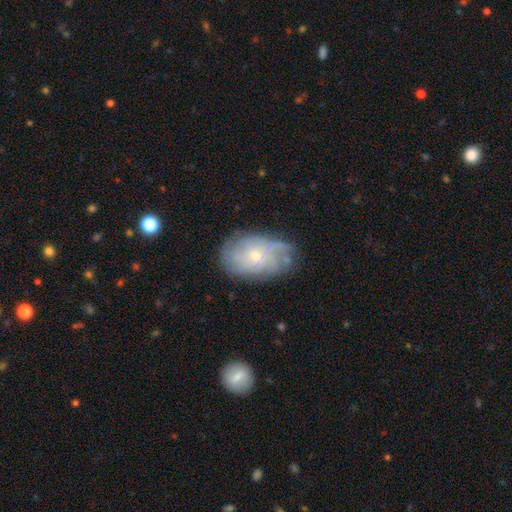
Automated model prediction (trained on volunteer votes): A featured or disk galaxy (61%) with no bar (80%), spiral arms (76%) and a small central bulge (75%). Merging: none (67%).